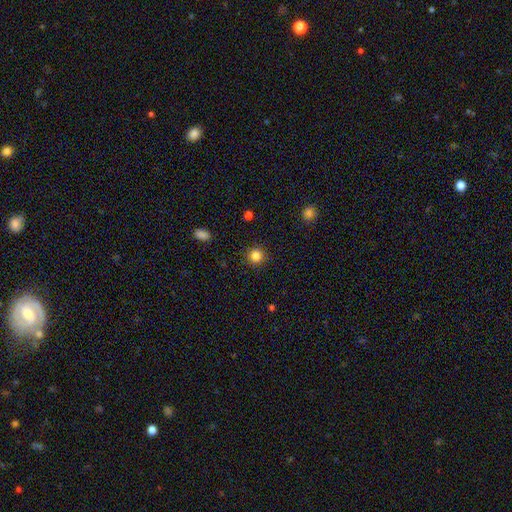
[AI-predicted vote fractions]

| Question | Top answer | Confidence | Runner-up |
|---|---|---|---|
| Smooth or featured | smooth | 84% | star or artifact (12%) |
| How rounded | round | 92% | in between (7%) |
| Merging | none | 90% | minor disturbance (7%) |